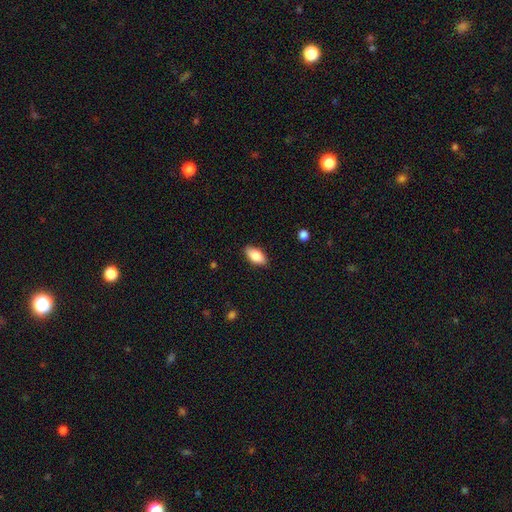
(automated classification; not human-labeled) This appears to be a smooth galaxy with no disk features (83%) that is in between round and cigar-shaped (91%). Merging: none (87%).